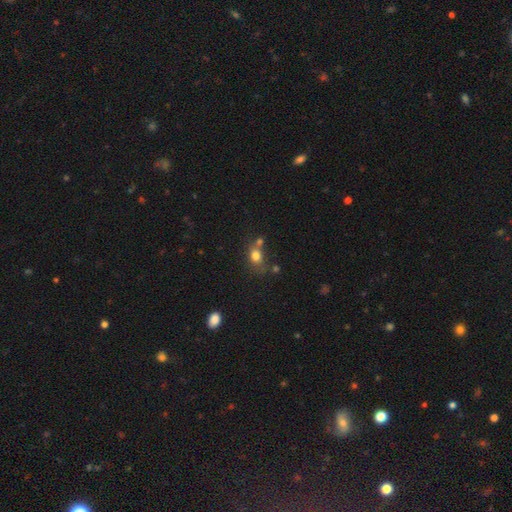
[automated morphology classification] type=smooth (76%); roundness=round (55%); merging=none (47%).